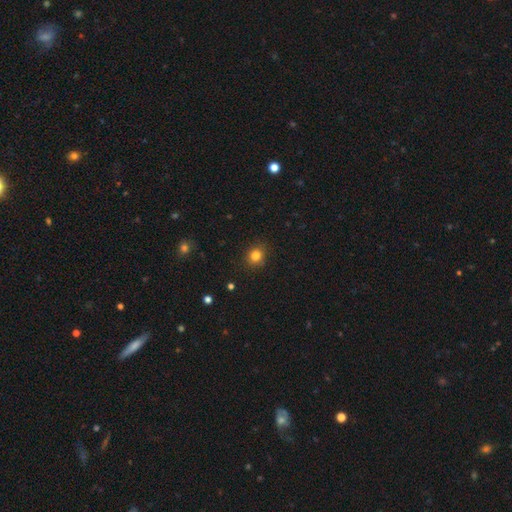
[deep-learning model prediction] A smooth galaxy with no disk features (82%) that is round (83%).

Vote fractions:
- Smooth or featured? smooth: 82% / star or artifact: 13% / featured or disk: 5%
- How rounded? round: 83% / in between: 16% / cigar-shaped: 1%
- Merging? none: 87% / minor disturbance: 9% / major disturbance: 2% / merger: 1%